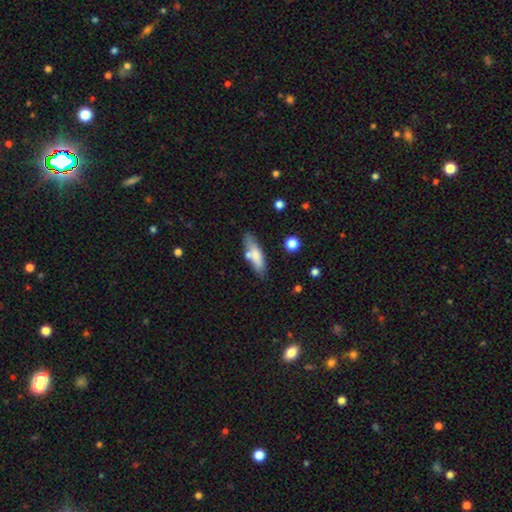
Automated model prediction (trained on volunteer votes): Smooth or featured? Predicted: smooth (p=0.72). How rounded? Predicted: cigar-shaped (p=0.59). Merging? Predicted: none (p=0.69).